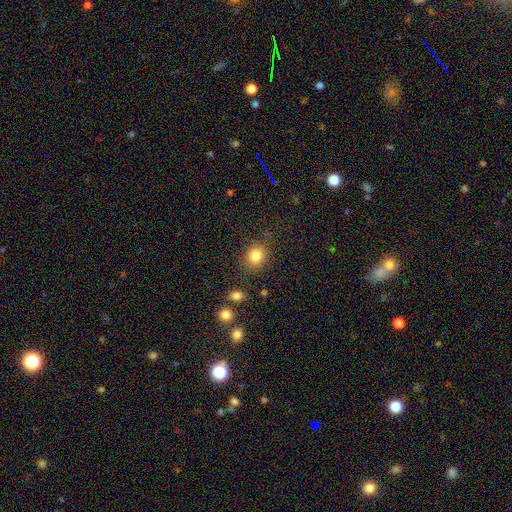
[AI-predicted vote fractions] This is clearly a smooth galaxy (83%). How rounded: likely round (71%). Merging: clearly none (82%).